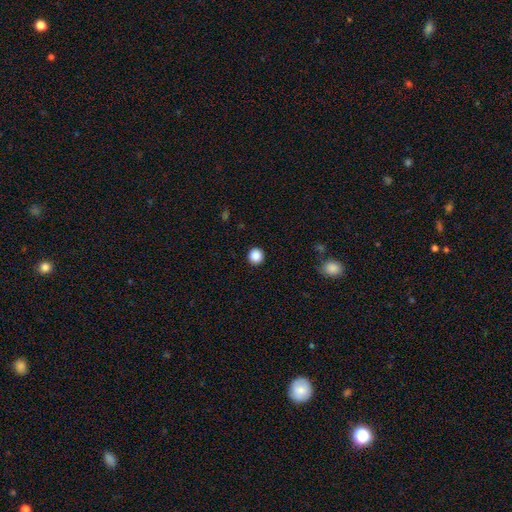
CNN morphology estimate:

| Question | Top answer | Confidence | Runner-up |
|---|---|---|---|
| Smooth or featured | smooth | 88% | star or artifact (10%) |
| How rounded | round | 93% | in between (6%) |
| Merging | none | 93% | minor disturbance (5%) |